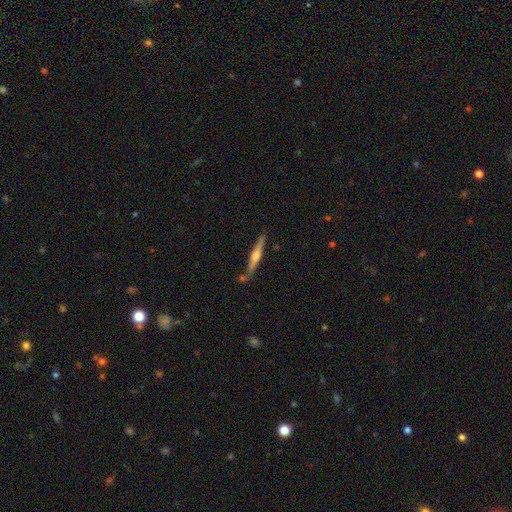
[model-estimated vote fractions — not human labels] featured or disk 70%, smooth 24%, star or artifact 6%. Down the decision tree: edge-on disk — yes (98%); edge-on bulge — rounded (80%); merging — none (84%).